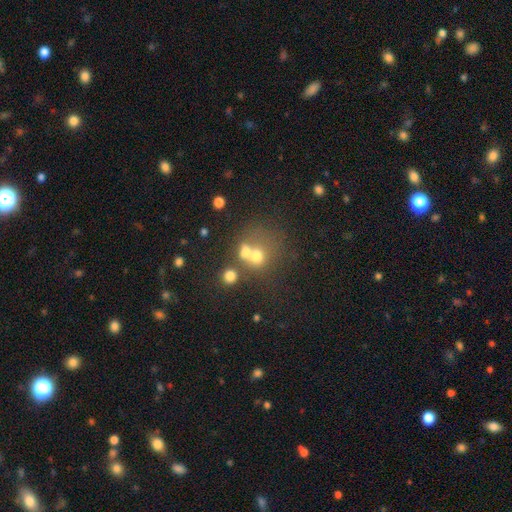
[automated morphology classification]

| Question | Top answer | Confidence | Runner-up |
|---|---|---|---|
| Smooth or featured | smooth | 59% | featured or disk (23%) |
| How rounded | round | 73% | in between (26%) |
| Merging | merger | 48% | none (35%) |